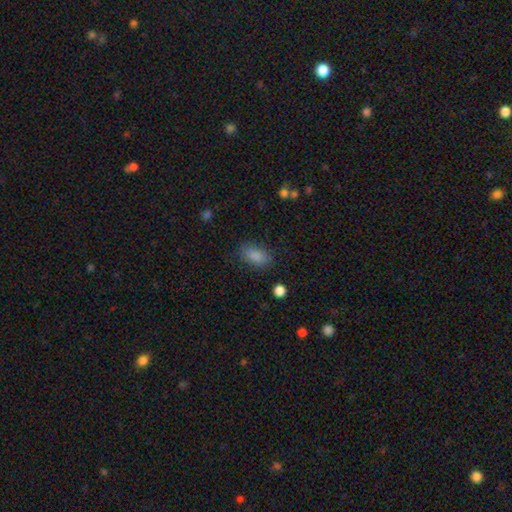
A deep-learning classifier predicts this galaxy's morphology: type=smooth (86%); roundness=in between (89%); merging=none (81%).